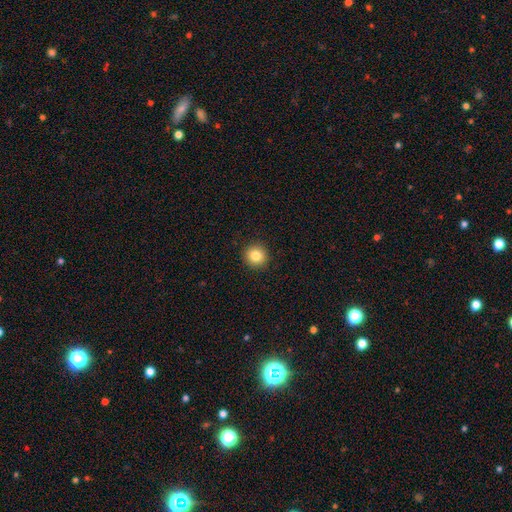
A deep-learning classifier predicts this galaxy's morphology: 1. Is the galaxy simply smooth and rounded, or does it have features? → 84% smooth, 10% star or artifact, 6% featured or disk.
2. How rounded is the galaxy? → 95% round, 4% in between, 1% cigar-shaped.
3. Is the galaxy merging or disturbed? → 93% none, 4% minor disturbance, 2% major disturbance, 1% merger.